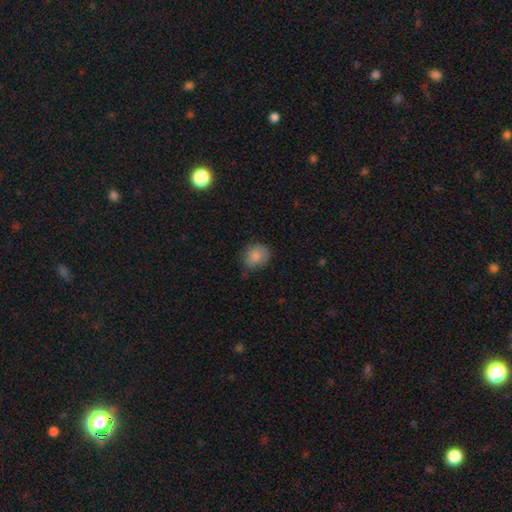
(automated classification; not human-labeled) Smooth or featured? Predicted: smooth (p=0.84). How rounded? Predicted: round (p=0.66). Merging? Predicted: none (p=0.59).